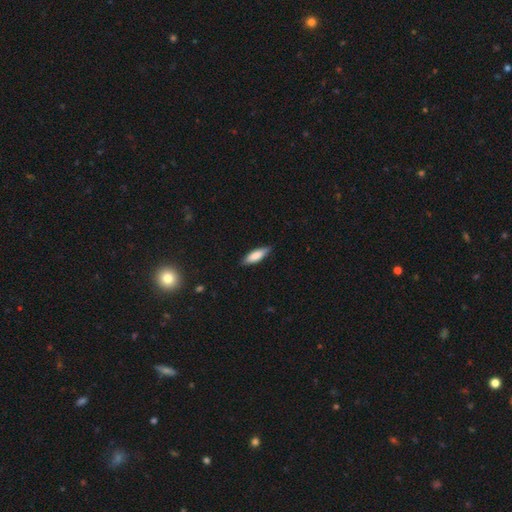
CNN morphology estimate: Smooth or featured: smooth — 80% (featured or disk — 15%)
How rounded: in between — 53% (cigar-shaped — 45%)
Merging: none — 85% (minor disturbance — 12%)